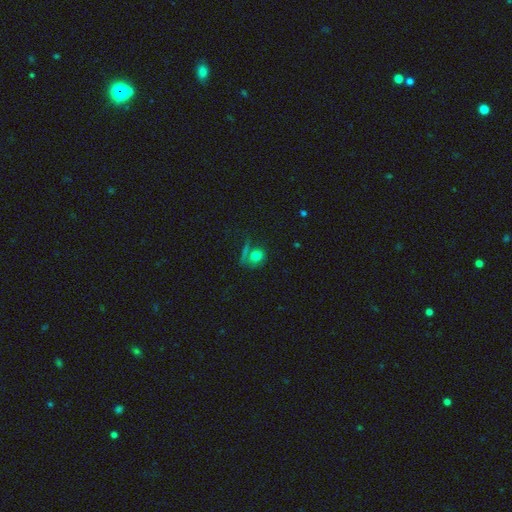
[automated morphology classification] Smooth or featured?
  - smooth: 73% *
  - star or artifact: 15%
  - featured or disk: 13%
How rounded?
  - round: 69% *
  - in between: 29%
  - cigar-shaped: 3%
Merging?
  - none: 57% *
  - merger: 18%
  - minor disturbance: 15%
  - major disturbance: 10%